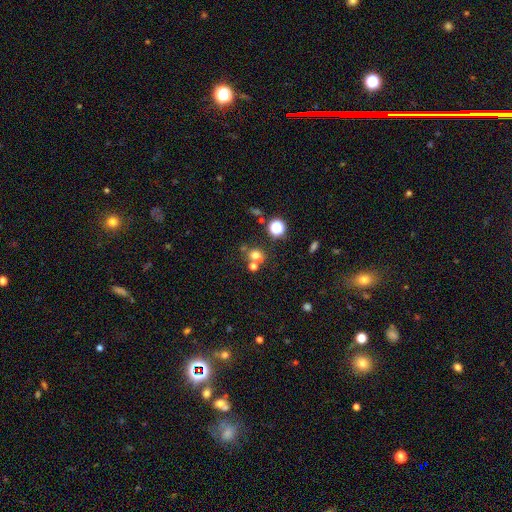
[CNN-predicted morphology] The model was most divided on "merging": none: 55%, merger: 31%, minor disturbance: 10%, major disturbance: 5%. More confident: how rounded — round (76%); smooth or featured — smooth (63%).